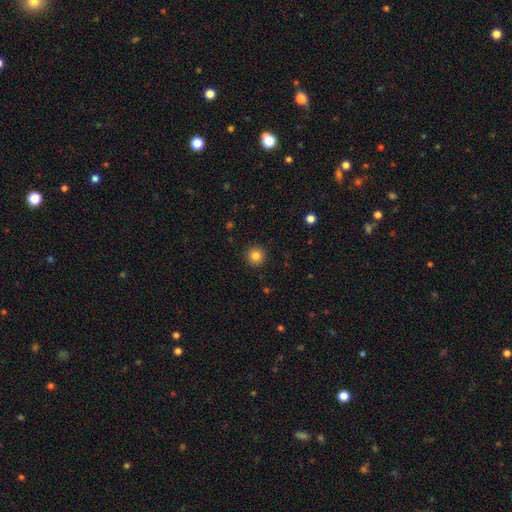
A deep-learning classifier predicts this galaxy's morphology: Smooth or featured: smooth — 83% (star or artifact — 11%)
How rounded: round — 95% (in between — 4%)
Merging: none — 92% (minor disturbance — 6%)